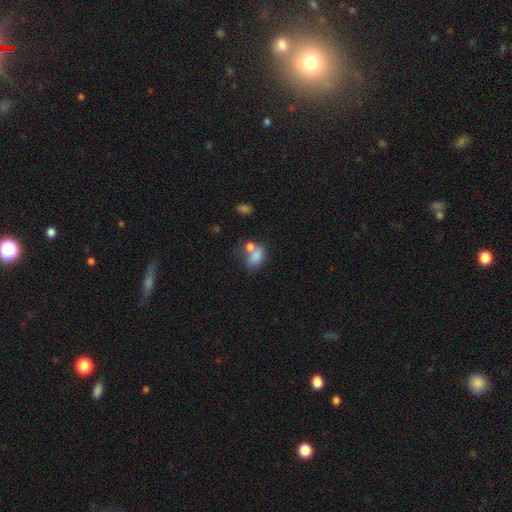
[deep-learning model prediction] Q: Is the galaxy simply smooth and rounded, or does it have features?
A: smooth — 78%.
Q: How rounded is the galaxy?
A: in between — 76%.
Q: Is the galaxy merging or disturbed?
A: merger — 42%.